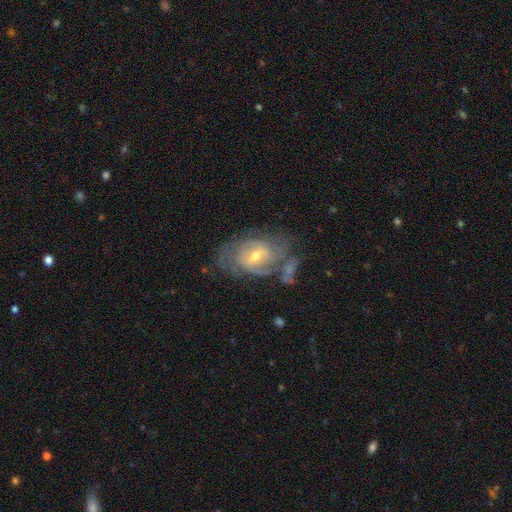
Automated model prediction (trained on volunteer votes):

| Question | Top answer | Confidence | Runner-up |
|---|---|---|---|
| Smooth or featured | featured or disk | 77% | smooth (16%) |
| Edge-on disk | no | 95% | yes (5%) |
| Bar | weak | 45% | no (43%) |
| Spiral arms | yes | 84% | no (16%) |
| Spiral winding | tight | 55% | medium (33%) |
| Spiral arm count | can't tell | 40% | 2 (39%) |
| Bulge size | moderate | 50% | small (46%) |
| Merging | none | 50% | minor disturbance (22%) |